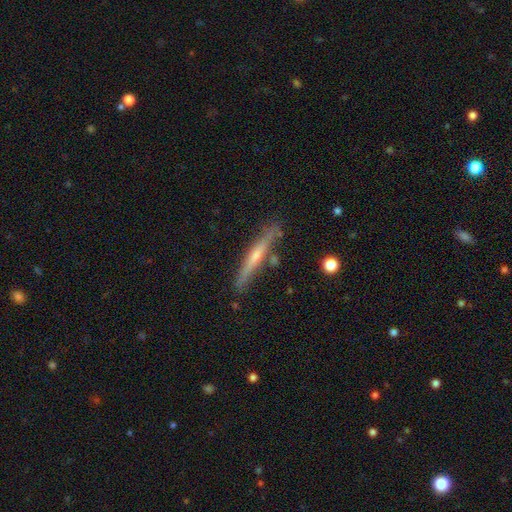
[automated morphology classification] This appears to be a featured or disk galaxy (63%) viewed edge-on (96%) with a rounded central bulge (63%). Merging: none (83%).